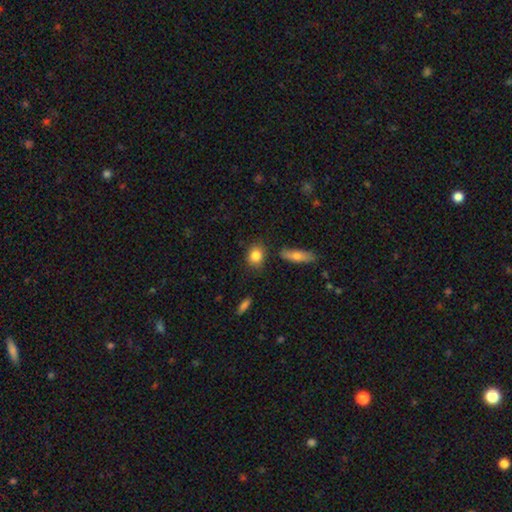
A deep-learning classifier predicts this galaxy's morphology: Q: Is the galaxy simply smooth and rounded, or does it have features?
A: smooth — 84%.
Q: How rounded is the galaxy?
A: round — 51%.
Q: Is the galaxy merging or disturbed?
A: none — 79%.